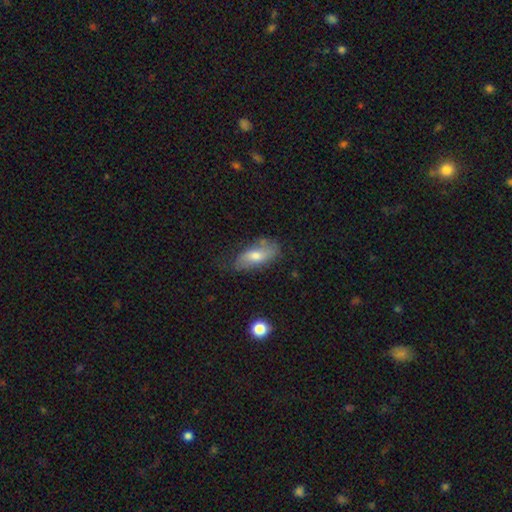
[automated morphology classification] A smooth galaxy with no disk features (54%) that is in between round and cigar-shaped (80%). Merging: none (63%).